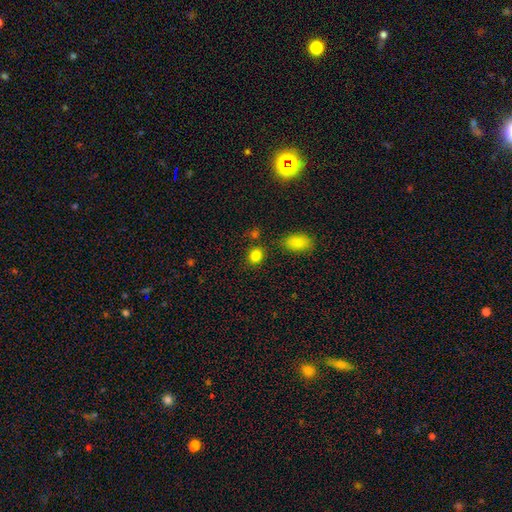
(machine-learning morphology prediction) smooth-or-featured: smooth: 84% | star or artifact: 11% | featured or disk: 5%
  how-rounded: round: 57% | in between: 42% | cigar-shaped: 1%
  merging: none: 79% | minor disturbance: 11% | merger: 7% | major disturbance: 3%